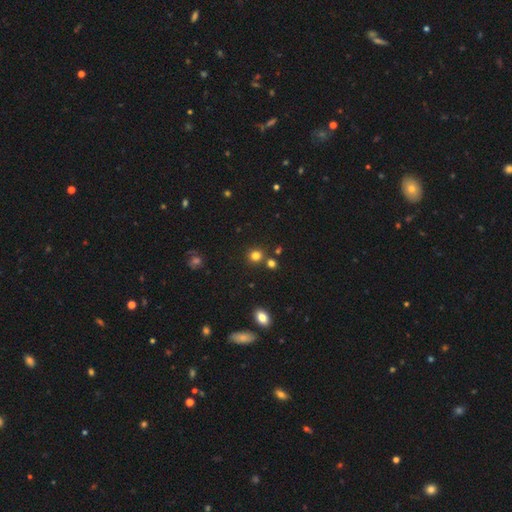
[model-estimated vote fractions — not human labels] smooth_or_featured: smooth (p=0.79) [alt: star or artifact p=0.15]
how_rounded: round (p=0.87) [alt: in between p=0.12]
merging: none (p=0.80) [alt: merger p=0.10]